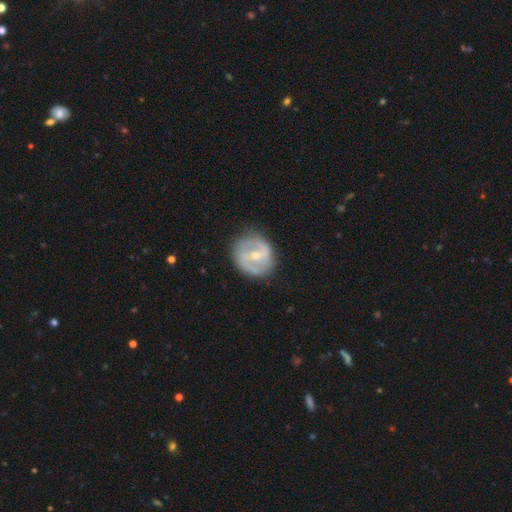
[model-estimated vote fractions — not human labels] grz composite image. It shows a featured or disk galaxy (75%) with a weak bar (46%), 2 (79%) medium (45%) spiral arms (78%) and a small central bulge (49%). Merging: none (78%).